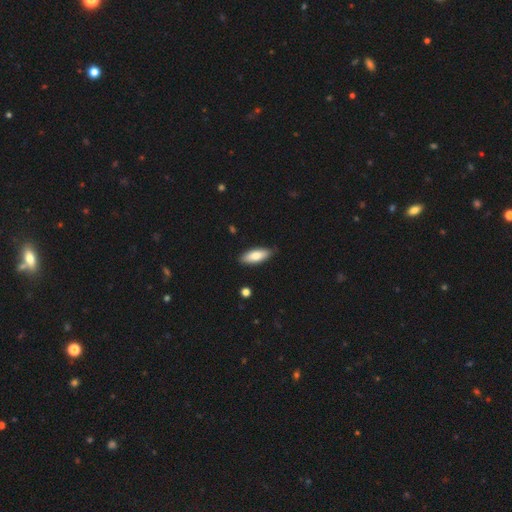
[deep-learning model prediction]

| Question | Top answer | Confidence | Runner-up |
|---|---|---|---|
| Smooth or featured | smooth | 78% | featured or disk (16%) |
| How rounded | in between | 72% | cigar-shaped (26%) |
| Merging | none | 86% | minor disturbance (11%) |